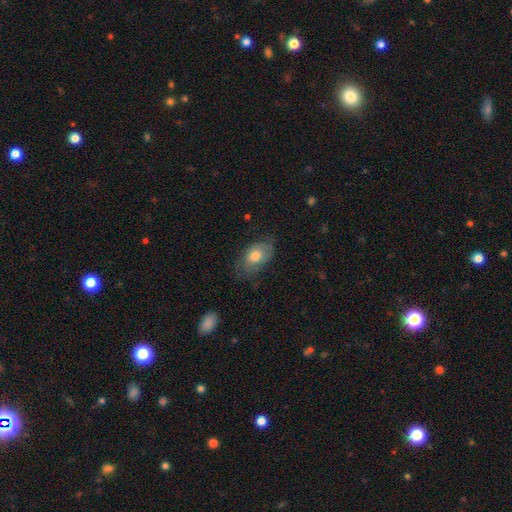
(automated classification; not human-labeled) smooth_or_featured: smooth (p=0.68) [alt: featured or disk p=0.24]
how_rounded: in between (p=0.88) [alt: round p=0.10]
merging: none (p=0.59) [alt: minor disturbance p=0.28]